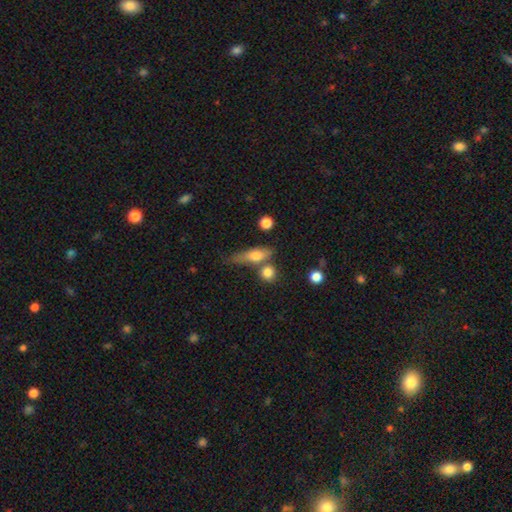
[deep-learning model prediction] This appears to be a smooth galaxy with no disk features (66%) that is in between round and cigar-shaped (47%). Merging: none (50%).